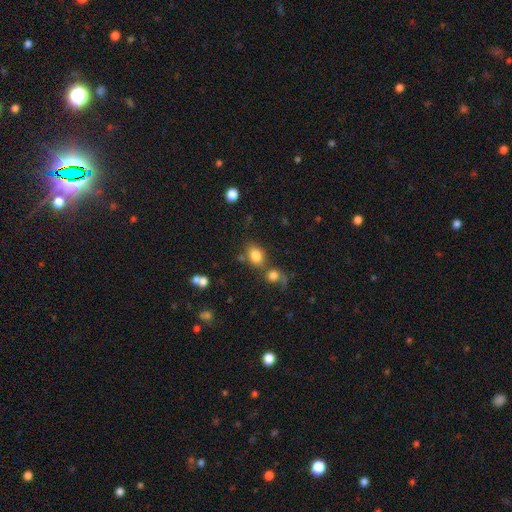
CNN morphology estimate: type=smooth (82%); roundness=in between (59%); merging=none (59%).